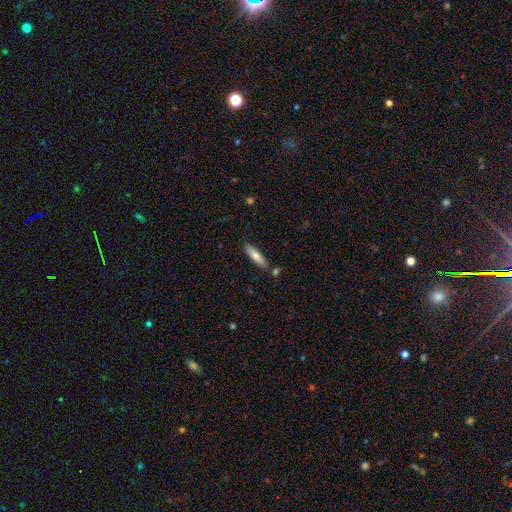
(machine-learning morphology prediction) Overall: smooth (74%). How rounded: cigar-shaped (72%). Merging: none (83%).